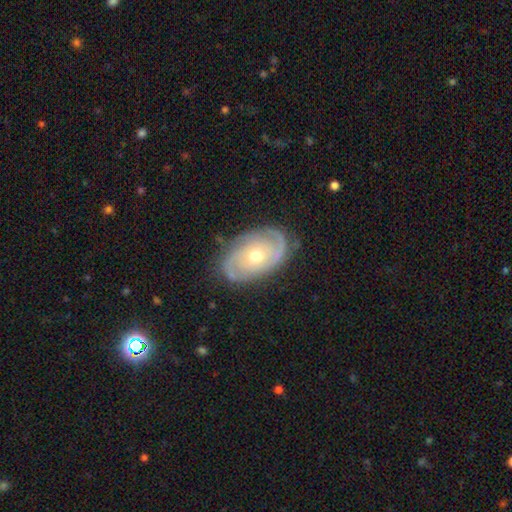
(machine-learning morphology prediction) This is clearly a featured or disk galaxy (84%). It is clearly not viewed edge-on (95%). Bar: likely no (78%). Spiral arm pattern: clearly yes (93%). Spiral arm count: possibly 2 (56%). Spiral winding: likely tight (66%). Central bulge: likely moderate (67%). Merging: clearly none (81%).